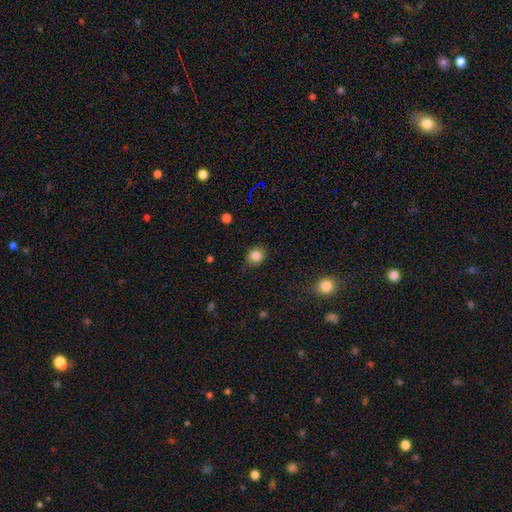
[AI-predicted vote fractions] This appears to be a smooth galaxy with no disk features (84%) that is round (57%). Merging: none (82%).